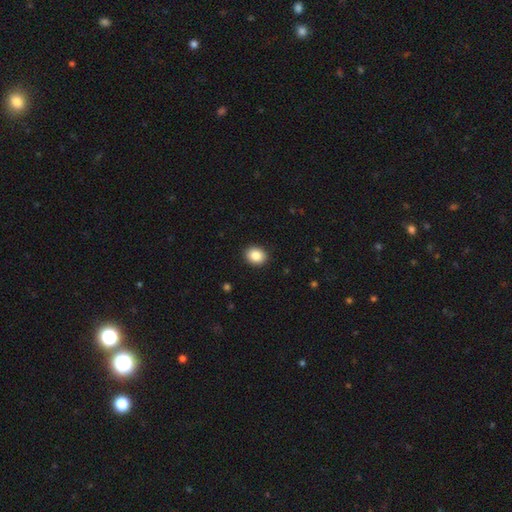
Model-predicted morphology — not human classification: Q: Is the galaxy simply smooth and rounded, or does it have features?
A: smooth — 87%.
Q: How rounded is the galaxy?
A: round — 55%.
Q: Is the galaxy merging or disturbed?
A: none — 91%.